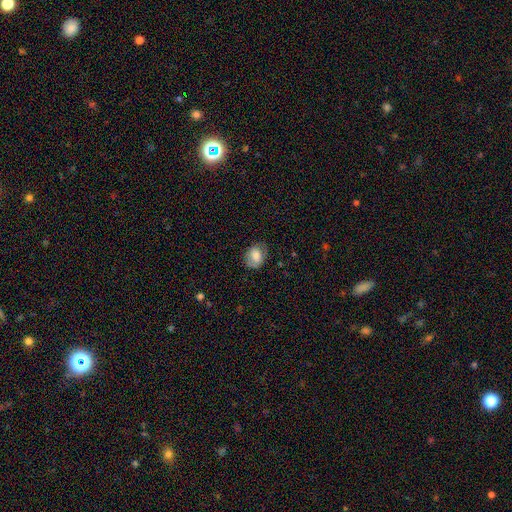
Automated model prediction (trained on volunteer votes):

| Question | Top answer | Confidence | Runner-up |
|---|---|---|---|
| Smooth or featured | smooth | 70% | featured or disk (22%) |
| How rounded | in between | 56% | round (43%) |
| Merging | none | 73% | minor disturbance (20%) |